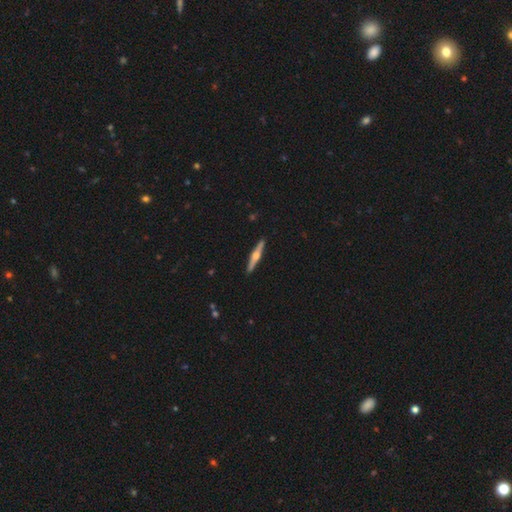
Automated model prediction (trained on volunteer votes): The model was most divided on "smooth or featured": featured or disk: 70%, smooth: 25%, star or artifact: 5%. More confident: edge-on disk — yes (98%); merging — none (92%); edge-on bulge — rounded (91%).